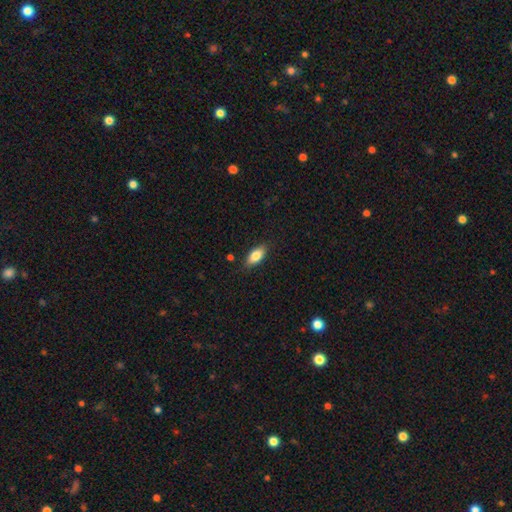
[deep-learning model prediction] smooth 80%, featured or disk 13%, star or artifact 7%. Down the decision tree: how rounded — in between (86%); merging — none (84%).